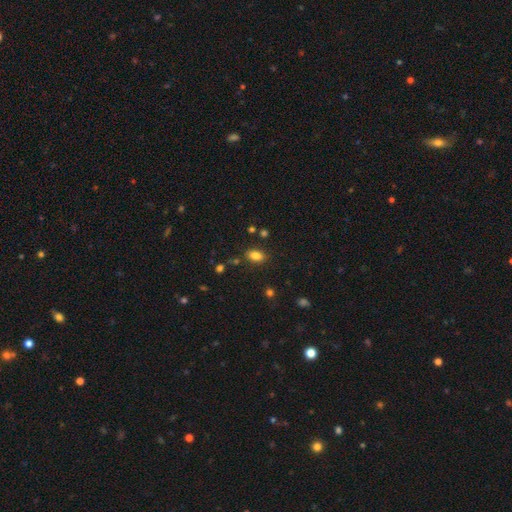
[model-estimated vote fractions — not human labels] smooth-or-featured: smooth: 83% | star or artifact: 11% | featured or disk: 6%
  how-rounded: in between: 86% | round: 12% | cigar-shaped: 3%
  merging: none: 82% | minor disturbance: 11% | merger: 4% | major disturbance: 3%